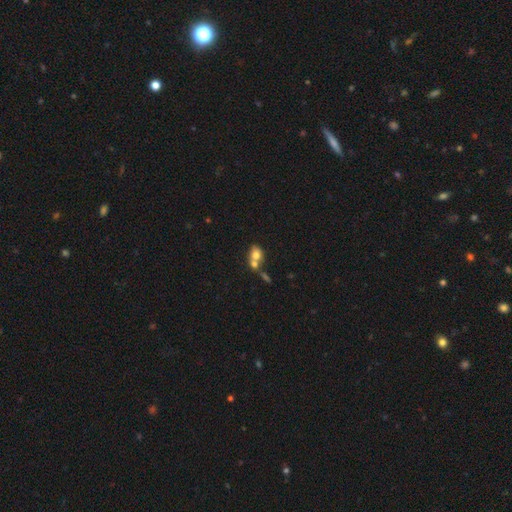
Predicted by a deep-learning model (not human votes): A smooth galaxy with no disk features (71%) that is in between round and cigar-shaped (54%). Merging: merger (61%).